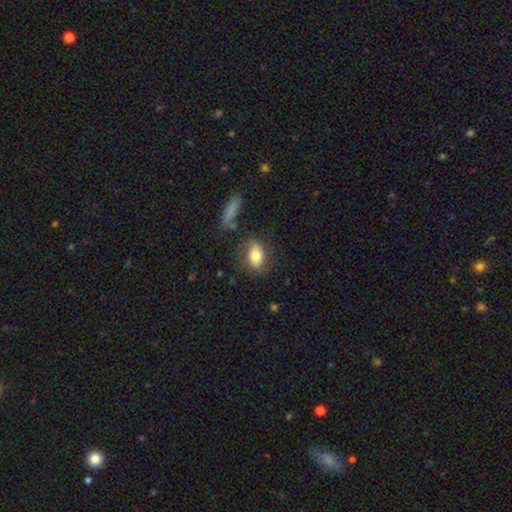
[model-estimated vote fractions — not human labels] Smooth or featured: smooth — 72% (featured or disk — 20%)
How rounded: in between — 79% (round — 17%)
Merging: none — 68% (minor disturbance — 19%)